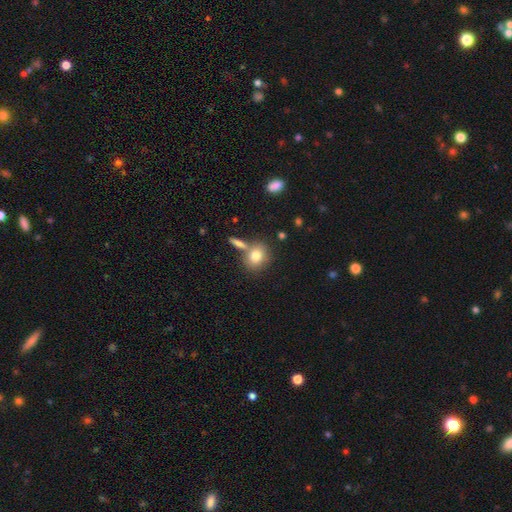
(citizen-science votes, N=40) Smooth or featured: smooth — 78% (featured or disk — 20%)
How rounded: round — 90% (in between — 10%)
Merging: none — 56% (merger — 31%)